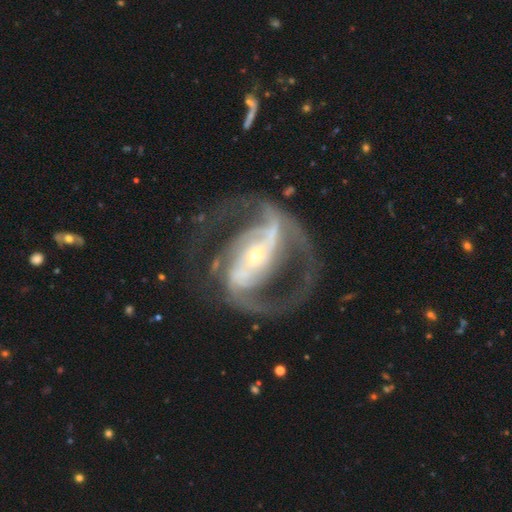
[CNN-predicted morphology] smooth_or_featured: featured or disk (p=0.90) [alt: star or artifact p=0.05]
disk_edge_on: no (p=0.96) [alt: yes p=0.04]
bar: strong (p=0.56) [alt: weak p=0.22]
has_spiral_arms: yes (p=0.94) [alt: no p=0.06]
spiral_winding: medium (p=0.56) [alt: tight p=0.22]
spiral_arm_count: 2 (p=0.85) [alt: can't tell p=0.05]
bulge_size: small (p=0.75) [alt: moderate p=0.19]
merging: none (p=0.62) [alt: major disturbance p=0.22]